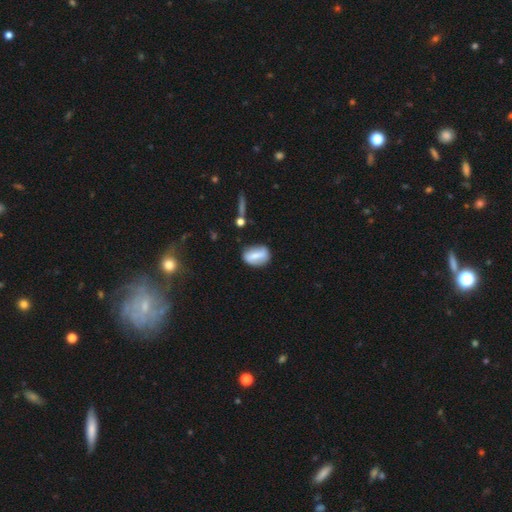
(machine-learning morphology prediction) Smooth or featured: smooth — 55% (featured or disk — 38%)
How rounded: in between — 75% (round — 19%)
Merging: none — 75% (minor disturbance — 17%)